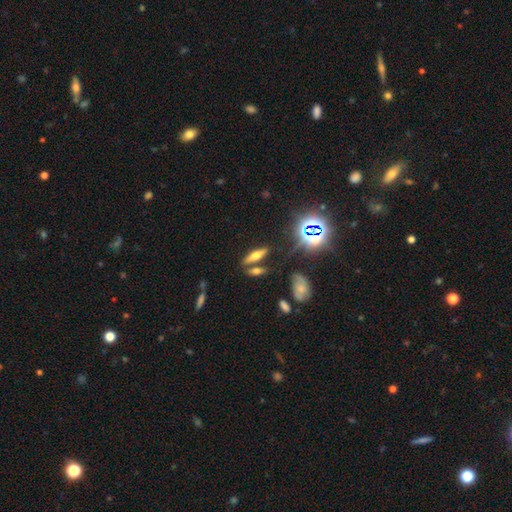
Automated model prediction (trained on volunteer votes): smooth_or_featured: smooth (p=0.47) [alt: featured or disk p=0.34]
merging: none (p=0.71) [alt: merger p=0.14]